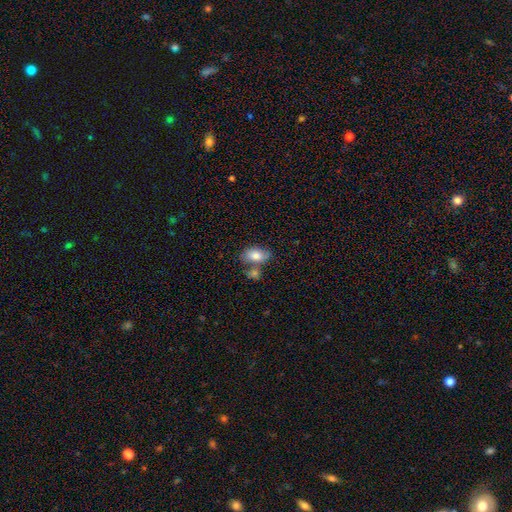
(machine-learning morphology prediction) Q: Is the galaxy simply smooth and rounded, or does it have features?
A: smooth — 77%.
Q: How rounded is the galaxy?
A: in between — 89%.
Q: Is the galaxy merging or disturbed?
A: none — 48%.